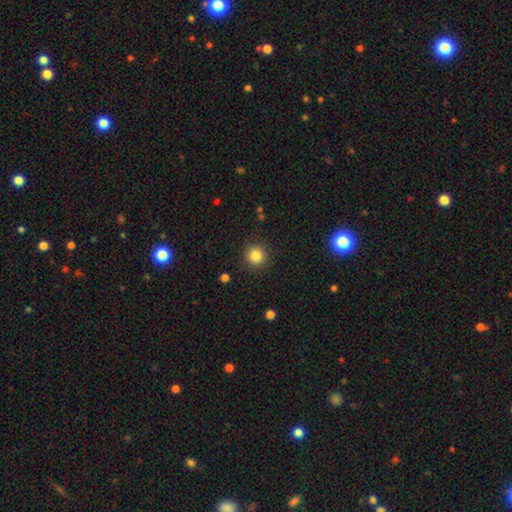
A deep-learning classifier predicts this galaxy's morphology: A smooth galaxy with no disk features (84%) that is round (94%).

Vote fractions:
- Smooth or featured? smooth: 84% / star or artifact: 11% / featured or disk: 5%
- How rounded? round: 94% / in between: 5% / cigar-shaped: 1%
- Merging? none: 90% / minor disturbance: 6% / major disturbance: 2% / merger: 1%